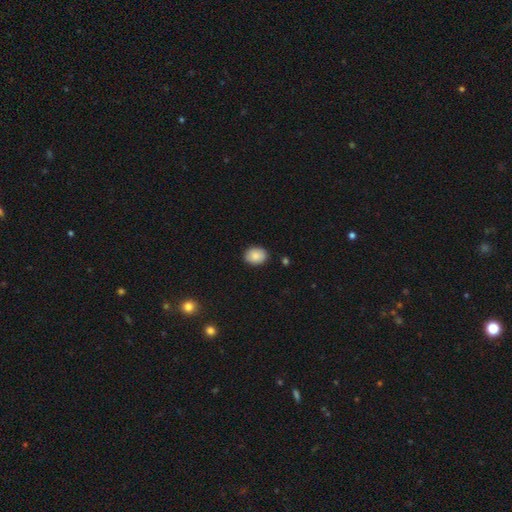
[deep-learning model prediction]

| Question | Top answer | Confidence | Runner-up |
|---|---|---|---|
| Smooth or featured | smooth | 88% | star or artifact (7%) |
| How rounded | in between | 61% | round (38%) |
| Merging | none | 88% | minor disturbance (9%) |